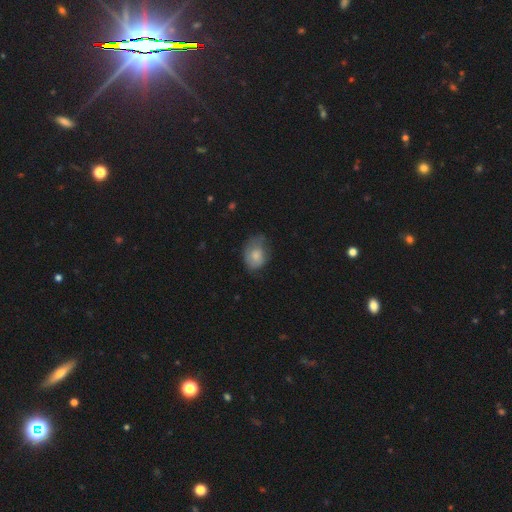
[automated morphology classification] This appears to be a smooth galaxy with no disk features (73%) that is in between round and cigar-shaped (67%). Merging: none (40%).